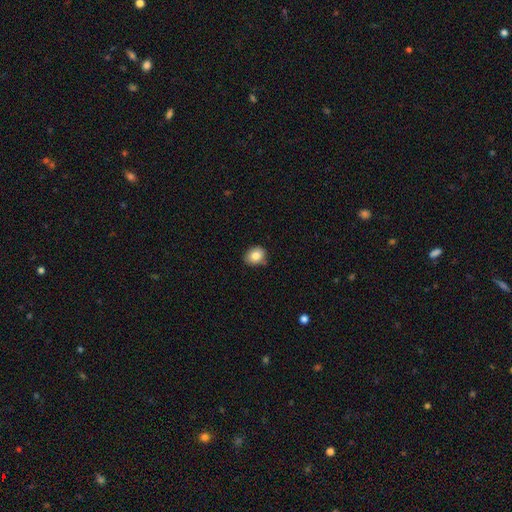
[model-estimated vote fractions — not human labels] Smooth or featured? Predicted: smooth (p=0.83). How rounded? Predicted: round (p=0.57). Merging? Predicted: none (p=0.79).